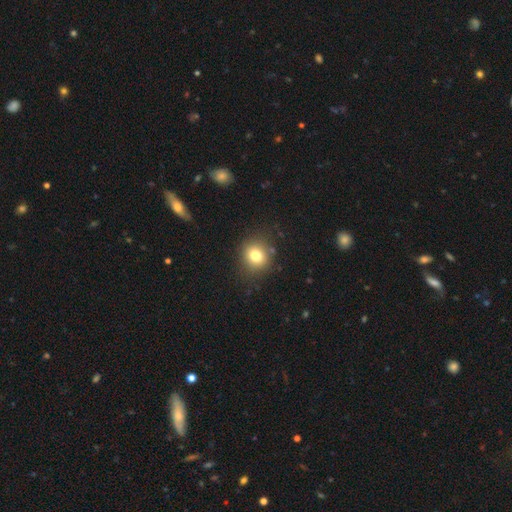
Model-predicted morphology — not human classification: smooth_or_featured: smooth (p=0.78) [alt: star or artifact p=0.13]
how_rounded: round (p=0.81) [alt: in between p=0.18]
merging: none (p=0.83) [alt: minor disturbance p=0.11]